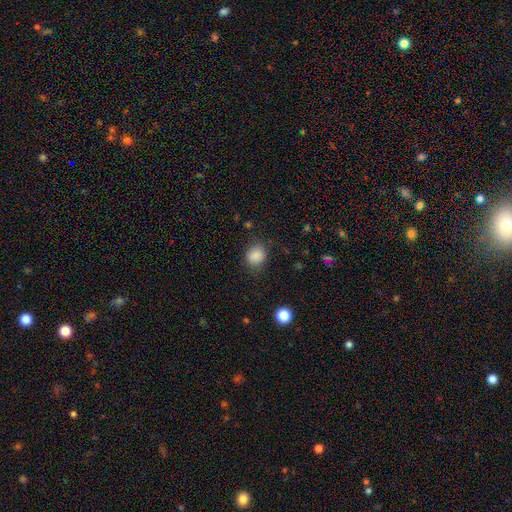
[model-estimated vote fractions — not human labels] This is clearly a smooth galaxy (86%). How rounded: likely round (66%). Merging: likely none (77%).